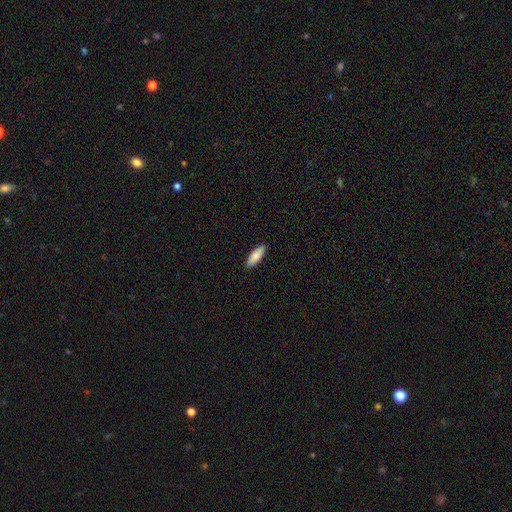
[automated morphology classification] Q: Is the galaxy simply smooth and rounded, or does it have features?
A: smooth — 86%.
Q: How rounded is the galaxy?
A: in between — 66%.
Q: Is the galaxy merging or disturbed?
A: none — 90%.